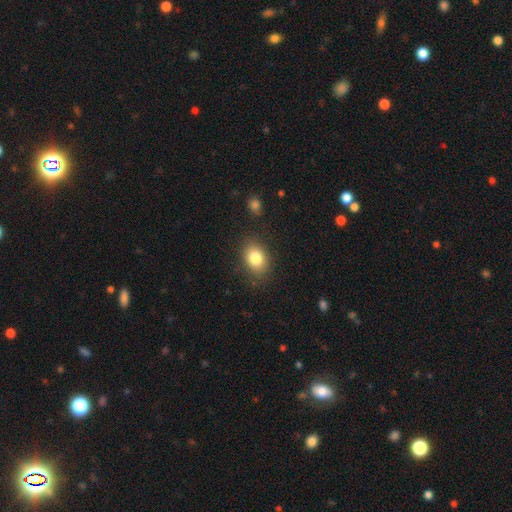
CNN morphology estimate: Overall: smooth (83%). How rounded: in between (67%; round 32%). Merging: none (84%).